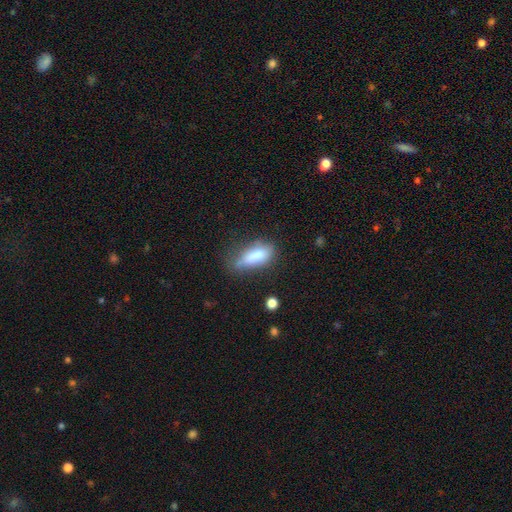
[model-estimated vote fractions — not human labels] Smooth or featured? smooth (77%)
How rounded? in between (75%)
Merging? none (42%)